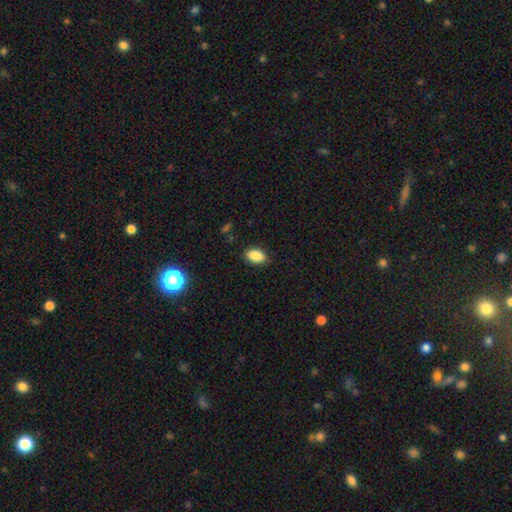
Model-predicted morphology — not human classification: Smooth or featured? smooth (86%)
How rounded? in between (88%)
Merging? none (84%)